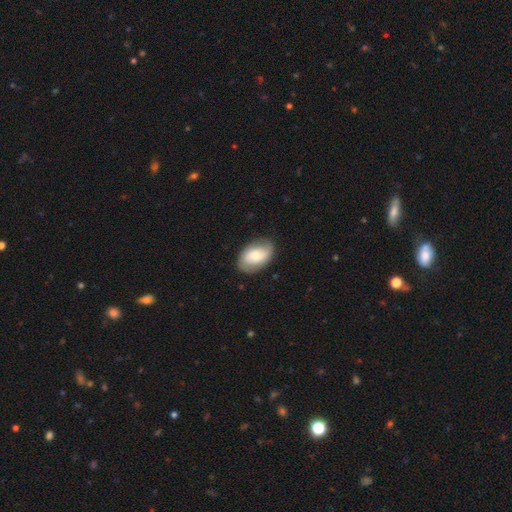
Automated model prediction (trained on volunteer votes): Morphology: type=smooth (59%); roundness=in between (89%); merging=none (82%).